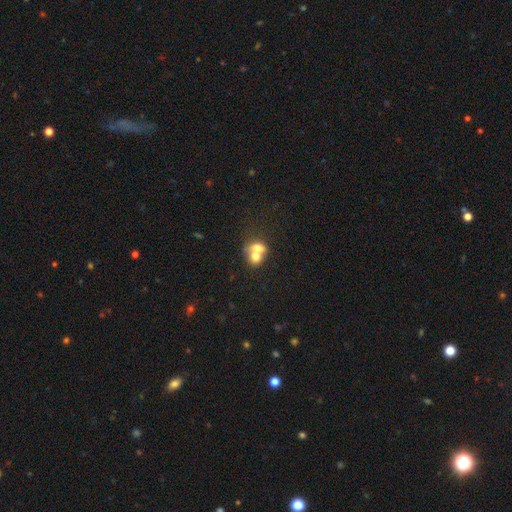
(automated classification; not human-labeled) Morphology: type=smooth (65%); roundness=round (56%); merging=merger (72%).